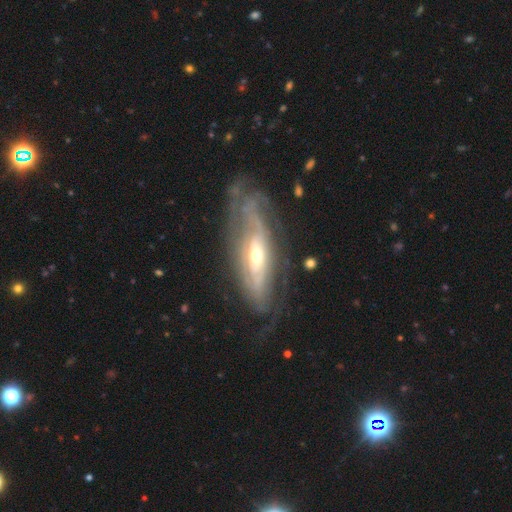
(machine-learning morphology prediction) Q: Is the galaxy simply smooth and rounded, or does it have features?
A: featured or disk — 83%.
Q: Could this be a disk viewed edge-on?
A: no — 76%.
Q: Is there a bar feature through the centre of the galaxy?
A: no — 55%.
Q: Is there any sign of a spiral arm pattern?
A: yes — 82%.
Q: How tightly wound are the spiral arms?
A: tight — 58%.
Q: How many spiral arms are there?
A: can't tell — 55%.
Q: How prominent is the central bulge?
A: moderate — 51%.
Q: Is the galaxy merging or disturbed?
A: none — 60%.